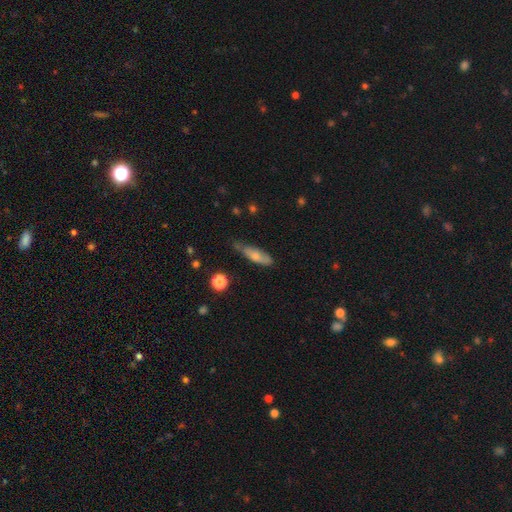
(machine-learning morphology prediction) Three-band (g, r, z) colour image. It shows a smooth galaxy with no disk features (69%) that is cigar-shaped (57%). Merging: none (51%).